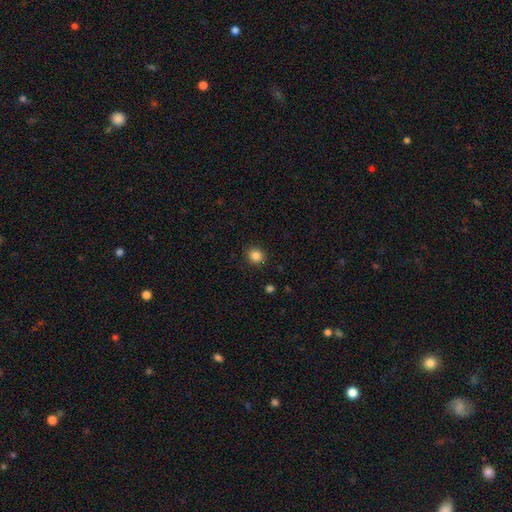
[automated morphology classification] A smooth galaxy with no disk features (85%) that is round (85%).

Vote fractions:
- Smooth or featured? smooth: 85% / star or artifact: 11% / featured or disk: 4%
- How rounded? round: 85% / in between: 14% / cigar-shaped: 1%
- Merging? none: 91% / minor disturbance: 6% / major disturbance: 2% / merger: 1%